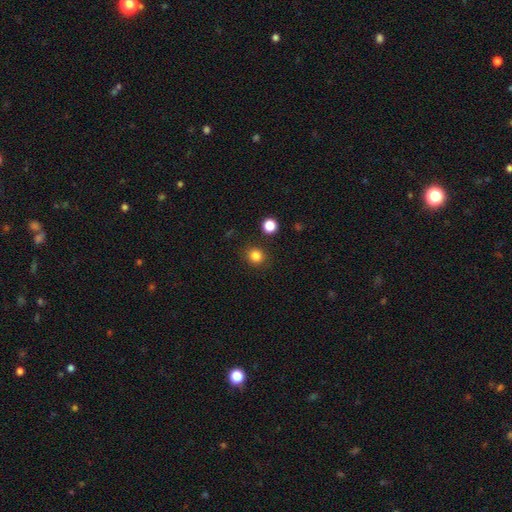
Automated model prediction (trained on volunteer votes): smooth 83%, star or artifact 13%, featured or disk 4%. Down the decision tree: how rounded — round (88%); merging — none (88%).